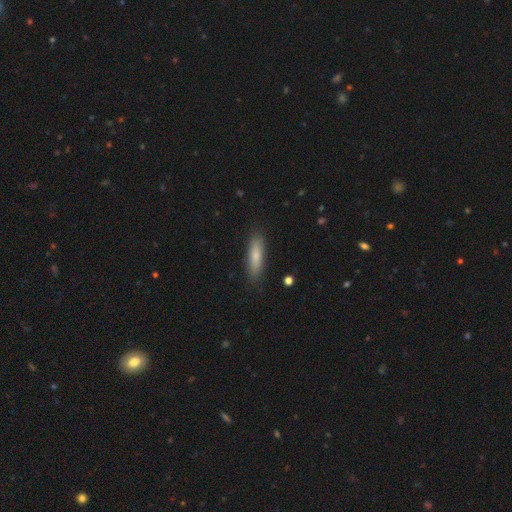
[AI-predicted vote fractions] smooth 80%, featured or disk 14%, star or artifact 6%. Down the decision tree: how rounded — cigar-shaped (69%); merging — none (87%).